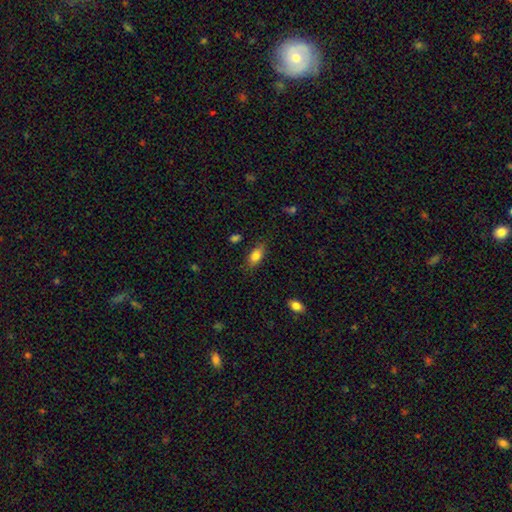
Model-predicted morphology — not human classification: A smooth galaxy with no disk features (80%) that is in between round and cigar-shaped (86%). Merging: none (79%).